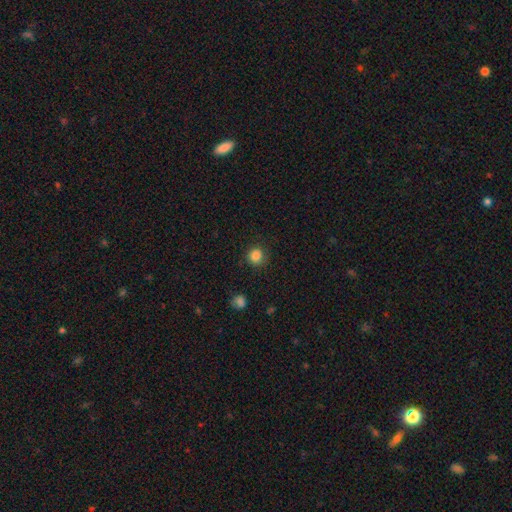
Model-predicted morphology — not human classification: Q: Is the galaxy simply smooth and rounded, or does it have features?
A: smooth — 85%.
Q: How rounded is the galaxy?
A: round — 91%.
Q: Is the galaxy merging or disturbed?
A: none — 88%.